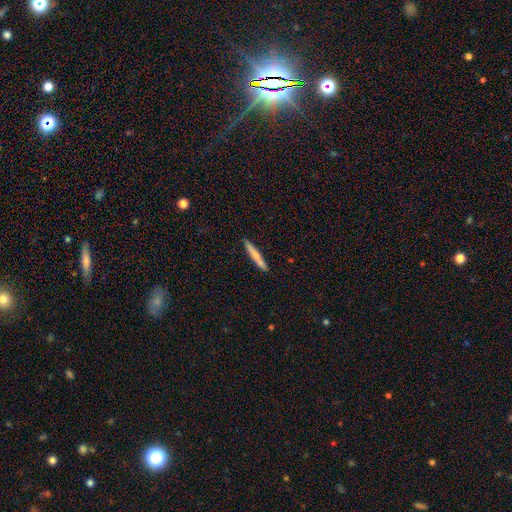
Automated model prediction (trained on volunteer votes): Smooth or featured? smooth (69%)
How rounded? cigar-shaped (95%)
Merging? none (89%)